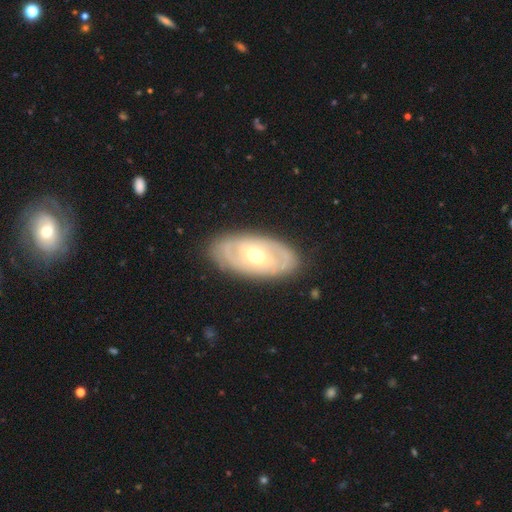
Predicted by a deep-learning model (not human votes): A featured or disk galaxy (74%) with no bar (48%), spiral arms (73%) and a moderate central bulge (62%).

Vote fractions:
- Smooth or featured? featured or disk: 74% / smooth: 21% / star or artifact: 5%
- Edge-on disk? no: 92% / yes: 8%
- Bar? no: 48% / weak: 38% / strong: 14%
- Spiral arms? yes: 73% / no: 27%
- Bulge size? moderate: 62% / small: 33% / large: 3% / dominant: 1% / none: 1%
- Merging? none: 84% / minor disturbance: 12% / major disturbance: 3% / merger: 1%